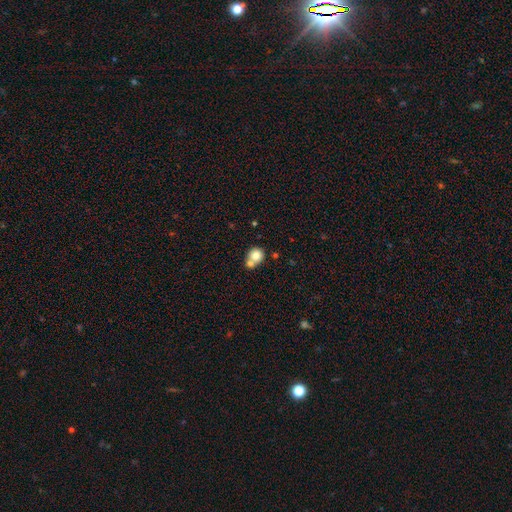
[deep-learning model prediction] Smooth or featured: smooth — 77% (featured or disk — 14%)
How rounded: round — 82% (in between — 18%)
Merging: merger — 50% (none — 39%)